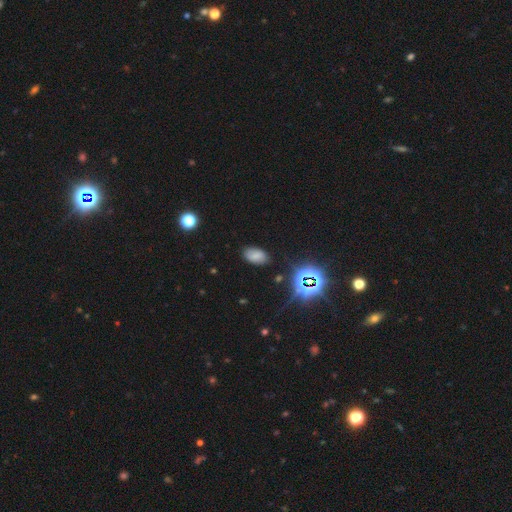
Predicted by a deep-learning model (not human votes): This is likely a smooth galaxy (70%). How rounded: clearly in between (93%). Merging: clearly none (82%).